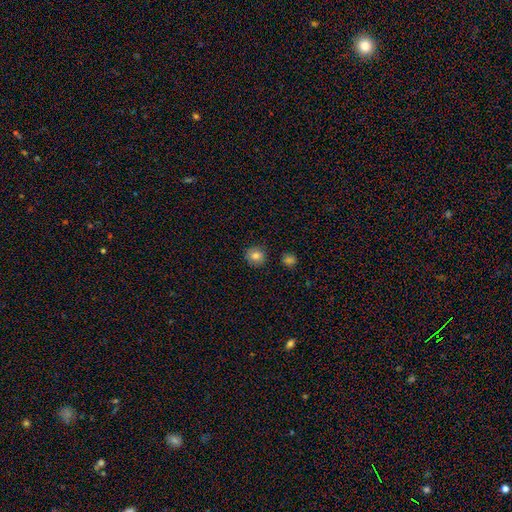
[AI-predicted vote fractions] smooth-or-featured: smooth: 81% | star or artifact: 10% | featured or disk: 9%
  how-rounded: round: 89% | in between: 10% | cigar-shaped: 1%
  merging: none: 87% | minor disturbance: 9% | merger: 2% | major disturbance: 2%